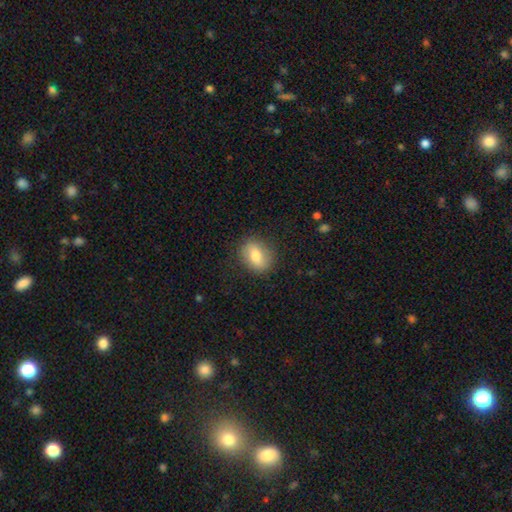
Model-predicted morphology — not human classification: This is likely a smooth galaxy (72%). How rounded: possibly in between (59%). Merging: clearly none (83%).